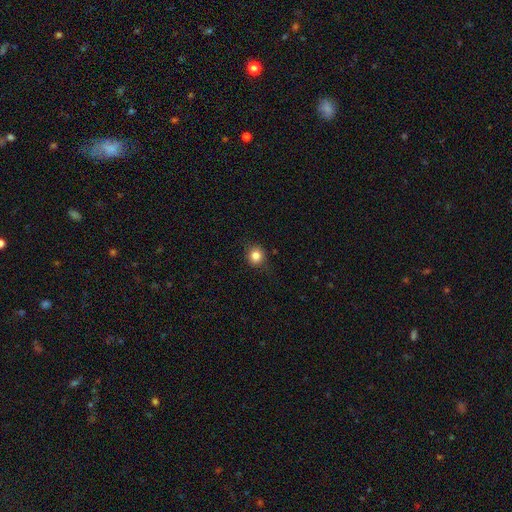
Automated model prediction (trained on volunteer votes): This is clearly a smooth galaxy (83%). How rounded: clearly round (86%). Merging: clearly none (85%).